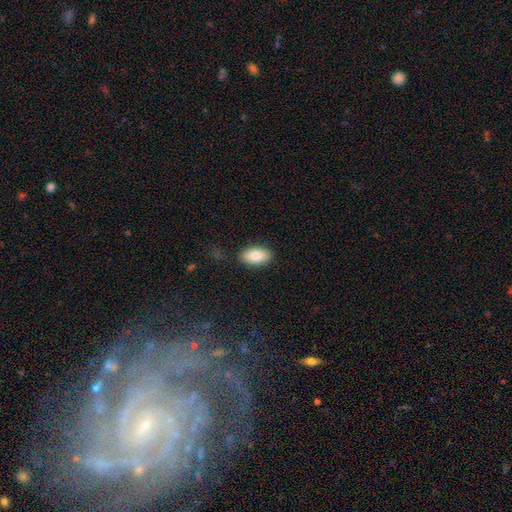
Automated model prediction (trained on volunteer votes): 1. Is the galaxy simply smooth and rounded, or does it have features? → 86% smooth, 8% featured or disk, 7% star or artifact.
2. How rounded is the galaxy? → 93% in between, 4% round, 3% cigar-shaped.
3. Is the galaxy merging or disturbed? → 86% none, 10% minor disturbance, 3% major disturbance, 1% merger.